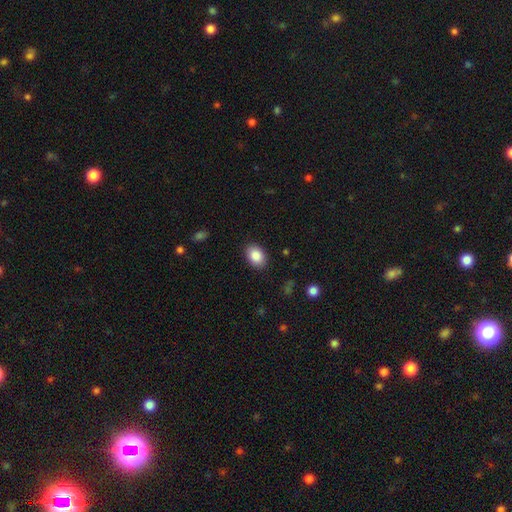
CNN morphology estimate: smooth_or_featured: smooth (p=0.86) [alt: star or artifact p=0.07]
how_rounded: in between (p=0.82) [alt: round p=0.17]
merging: none (p=0.89) [alt: minor disturbance p=0.08]